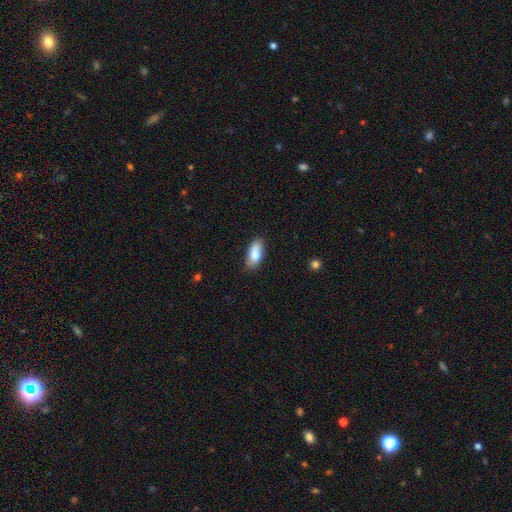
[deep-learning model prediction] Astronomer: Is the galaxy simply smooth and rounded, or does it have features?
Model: smooth — 85%.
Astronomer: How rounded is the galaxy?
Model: in between — 87%.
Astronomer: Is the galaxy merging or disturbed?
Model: none — 77%.